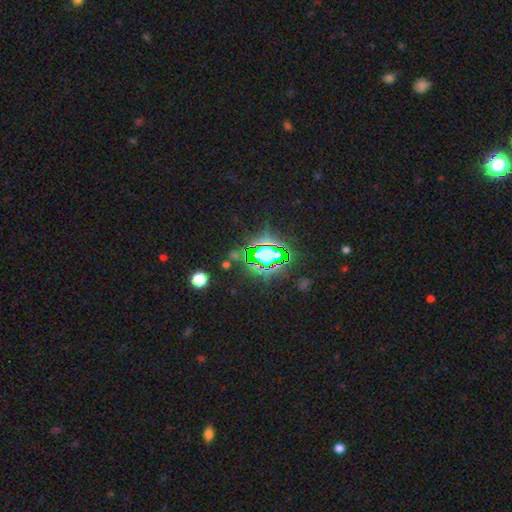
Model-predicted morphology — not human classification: A star or artifact, not a galaxy (82%).